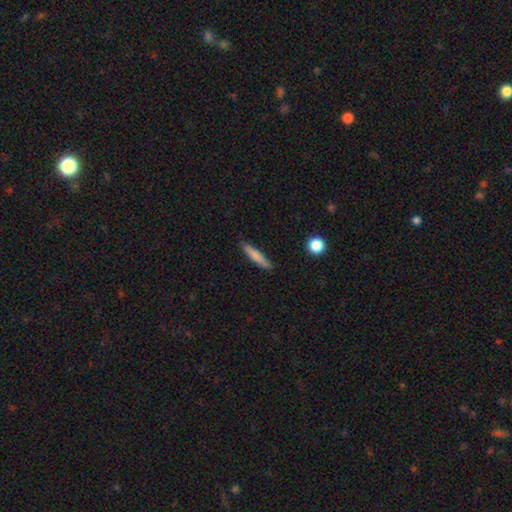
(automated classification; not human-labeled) Smooth or featured?
  - smooth: 75% *
  - featured or disk: 19%
  - star or artifact: 6%
How rounded?
  - cigar-shaped: 90% *
  - in between: 8%
  - round: 2%
Merging?
  - none: 85% *
  - minor disturbance: 12%
  - major disturbance: 2%
  - merger: 2%